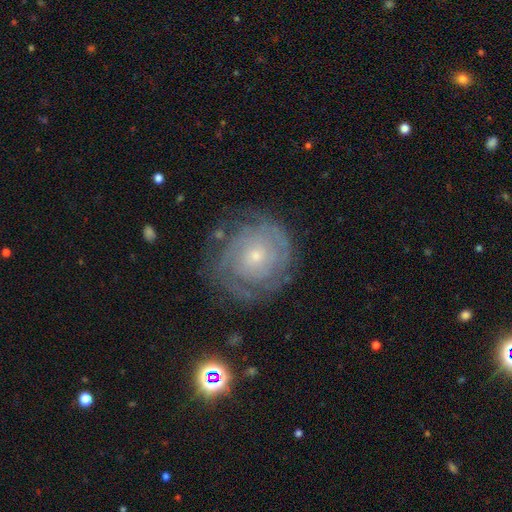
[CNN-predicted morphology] A featured or disk galaxy (79%) with no bar (80%), tight (79%) spiral arms (91%) and a small central bulge (75%). Merging: none (75%).